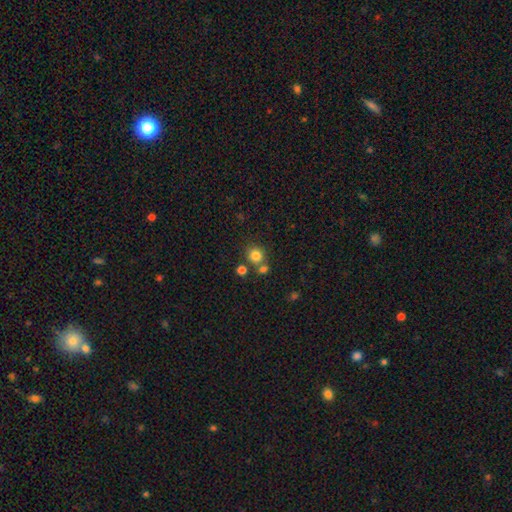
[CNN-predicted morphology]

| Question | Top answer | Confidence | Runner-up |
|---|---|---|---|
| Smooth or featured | smooth | 80% | star or artifact (13%) |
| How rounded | round | 88% | in between (11%) |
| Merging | none | 66% | merger (22%) |